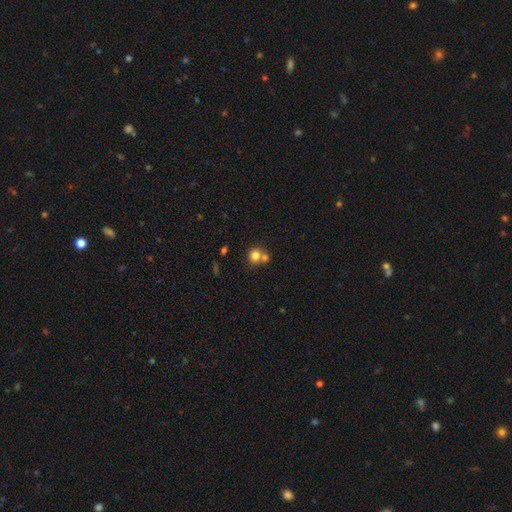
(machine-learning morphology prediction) Smooth or featured: smooth — 79% (star or artifact — 11%)
How rounded: round — 86% (in between — 13%)
Merging: none — 49% (merger — 41%)